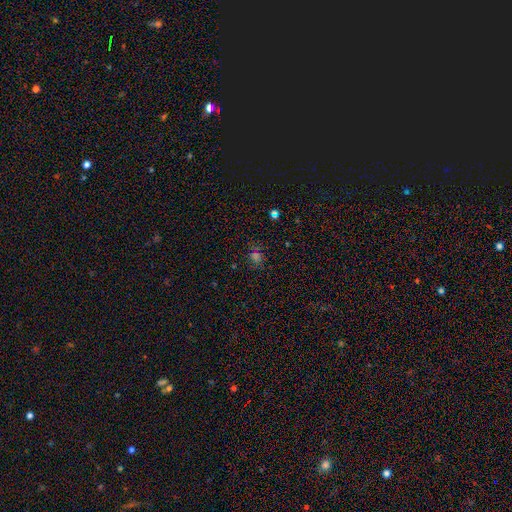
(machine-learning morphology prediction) Smooth or featured?
  - smooth: 53% *
  - star or artifact: 39%
  - featured or disk: 8%
How rounded?
  - round: 66% *
  - in between: 32%
  - cigar-shaped: 2%
Merging?
  - none: 77% *
  - minor disturbance: 14%
  - major disturbance: 5%
  - merger: 3%